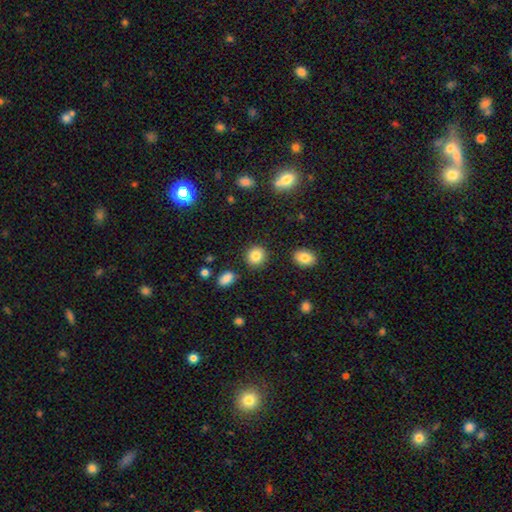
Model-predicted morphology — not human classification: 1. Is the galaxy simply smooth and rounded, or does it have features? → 85% smooth, 9% star or artifact, 6% featured or disk.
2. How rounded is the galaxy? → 86% round, 13% in between, 1% cigar-shaped.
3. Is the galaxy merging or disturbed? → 89% none, 6% minor disturbance, 3% merger, 2% major disturbance.